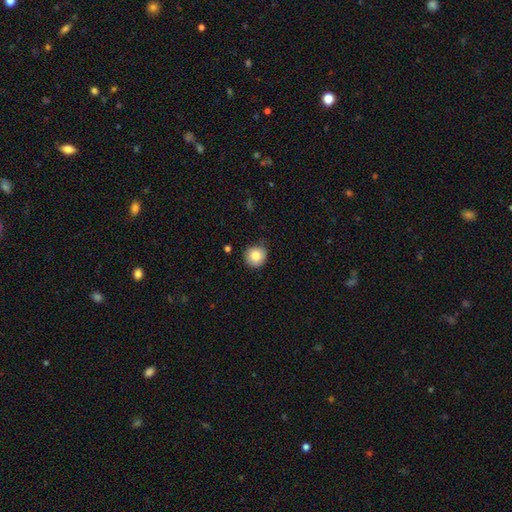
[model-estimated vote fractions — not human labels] A smooth galaxy with no disk features (84%) that is round (90%).

Vote fractions:
- Smooth or featured? smooth: 84% / star or artifact: 8% / featured or disk: 7%
- How rounded? round: 90% / in between: 9% / cigar-shaped: 1%
- Merging? none: 73% / minor disturbance: 21% / major disturbance: 4% / merger: 2%